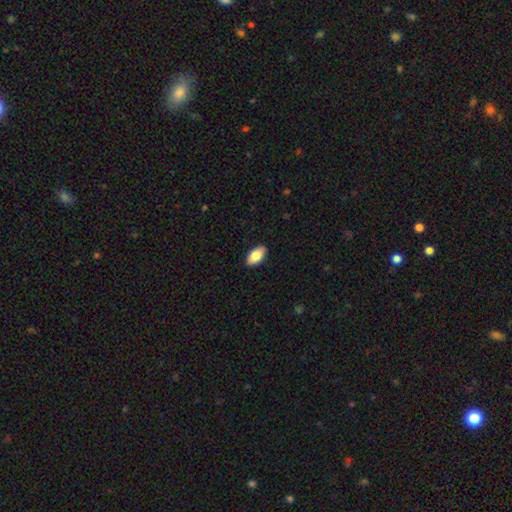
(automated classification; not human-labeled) smooth_or_featured: smooth (p=0.82) [alt: featured or disk p=0.12]
how_rounded: in between (p=0.94) [alt: round p=0.03]
merging: none (p=0.90) [alt: minor disturbance p=0.07]